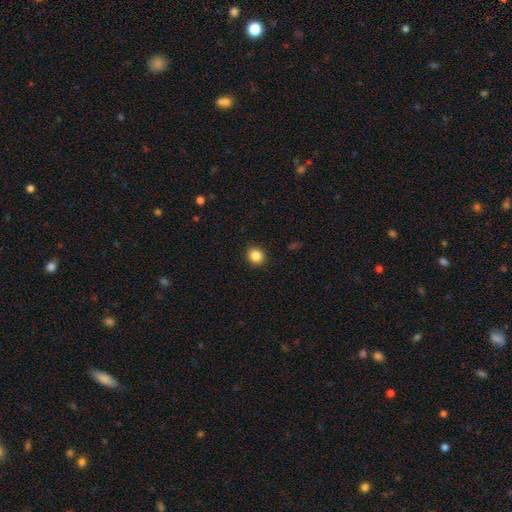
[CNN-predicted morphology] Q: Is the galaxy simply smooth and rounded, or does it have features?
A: smooth — 86%.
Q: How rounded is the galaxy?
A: round — 80%.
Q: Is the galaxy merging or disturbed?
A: none — 91%.